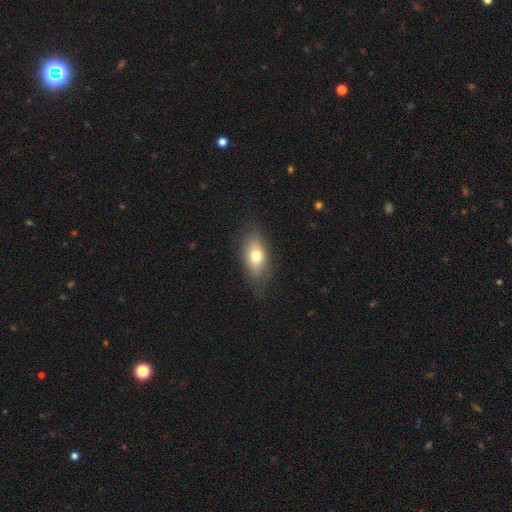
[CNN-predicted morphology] smooth_or_featured: smooth (p=0.71) [alt: featured or disk p=0.21]
how_rounded: in between (p=0.81) [alt: cigar-shaped p=0.11]
merging: none (p=0.77) [alt: minor disturbance p=0.17]